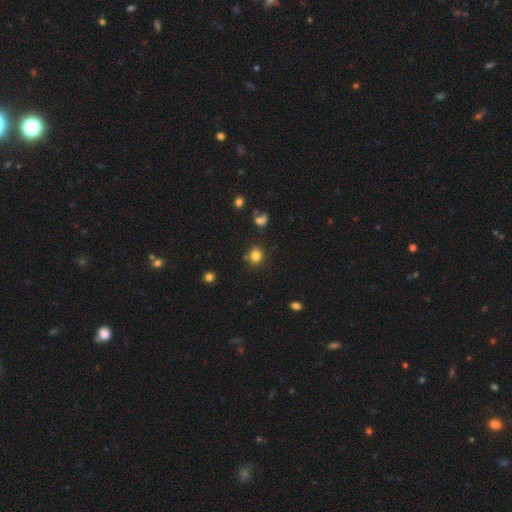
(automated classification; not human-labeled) Smooth or featured? smooth (81%)
How rounded? round (81%)
Merging? none (82%)